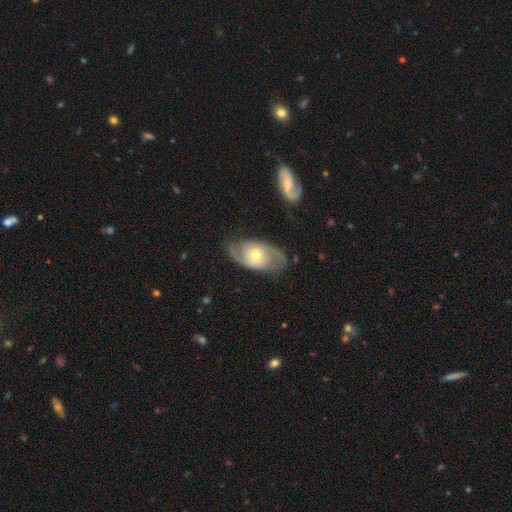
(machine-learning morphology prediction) This appears to be a featured or disk galaxy (80%) with no bar (74%), 2 (83%) medium (44%) spiral arms (90%) and a moderate central bulge (60%). Merging: none (74%).